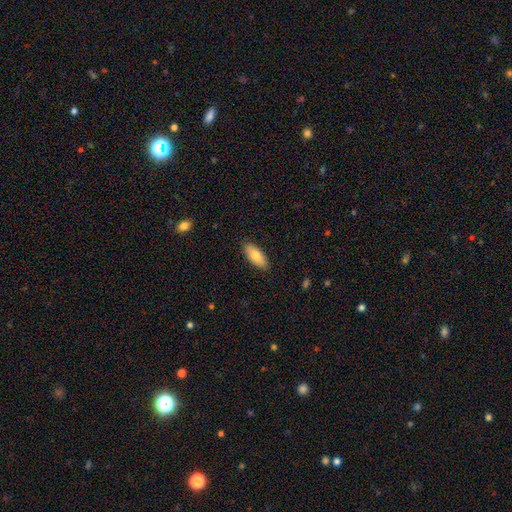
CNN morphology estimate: A smooth galaxy with no disk features (80%) that is in between round and cigar-shaped (82%).

Vote fractions:
- Smooth or featured? smooth: 80% / featured or disk: 14% / star or artifact: 6%
- How rounded? in between: 82% / cigar-shaped: 16% / round: 2%
- Merging? none: 88% / minor disturbance: 9% / major disturbance: 2% / merger: 1%